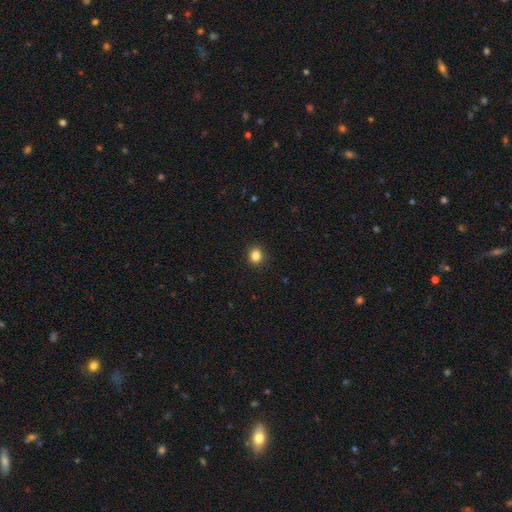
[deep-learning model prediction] Overall: smooth (85%). How rounded: round (78%). Merging: none (91%).